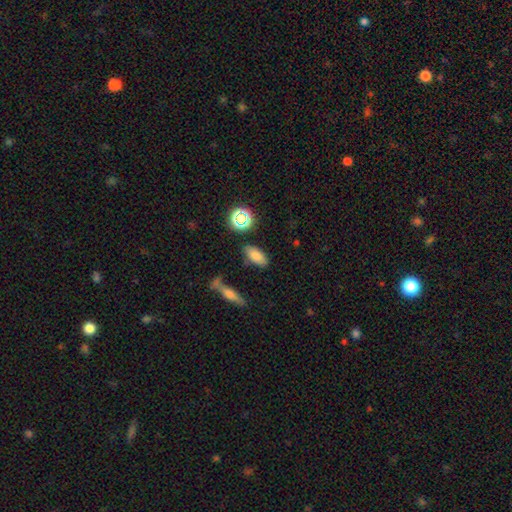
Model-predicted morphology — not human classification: type=smooth (78%); roundness=in between (86%); merging=none (82%).